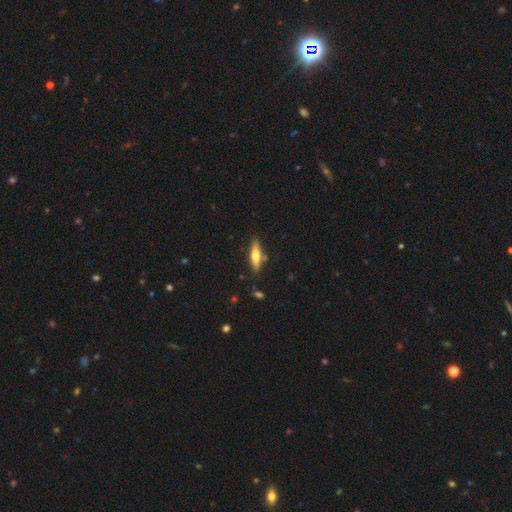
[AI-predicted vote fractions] Overall: smooth (54%; featured or disk 40%). How rounded: cigar-shaped (64%; in between 34%). Merging: none (80%).